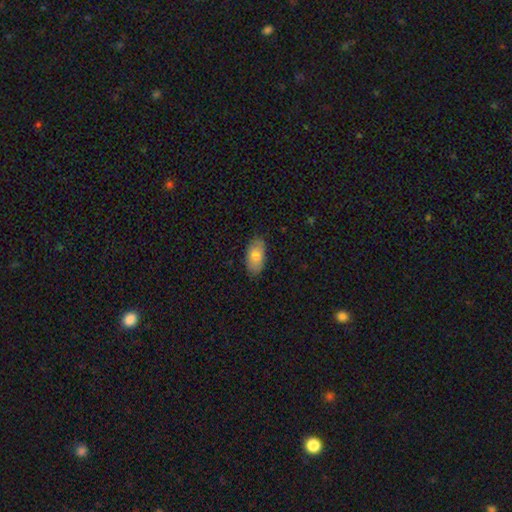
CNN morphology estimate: The model was most divided on "merging": none: 81%, minor disturbance: 15%, major disturbance: 3%, merger: 1%. More confident: how rounded — in between (93%); smooth or featured — smooth (81%).